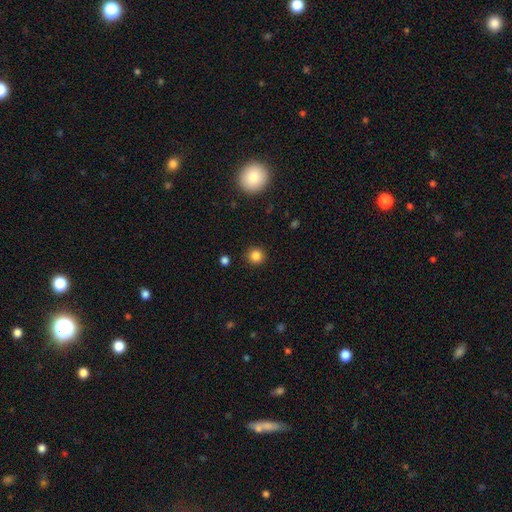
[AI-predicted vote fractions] The model was most divided on "smooth or featured": smooth: 84%, star or artifact: 12%, featured or disk: 4%. More confident: how rounded — round (93%); merging — none (91%).